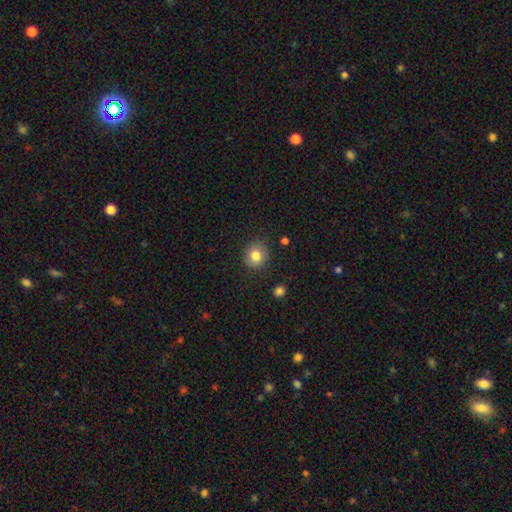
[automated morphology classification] Smooth or featured?
  - smooth: 82% *
  - star or artifact: 10%
  - featured or disk: 8%
How rounded?
  - round: 84% *
  - in between: 15%
  - cigar-shaped: 1%
Merging?
  - none: 86% *
  - minor disturbance: 10%
  - major disturbance: 3%
  - merger: 2%